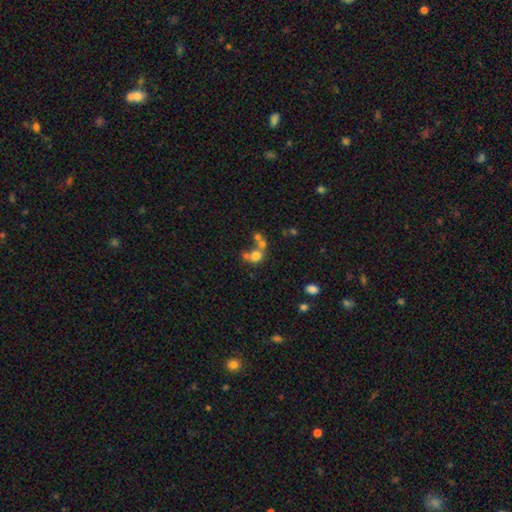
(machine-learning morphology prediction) Smooth or featured: smooth — 68% (featured or disk — 18%)
How rounded: round — 74% (in between — 25%)
Merging: merger — 52% (none — 33%)